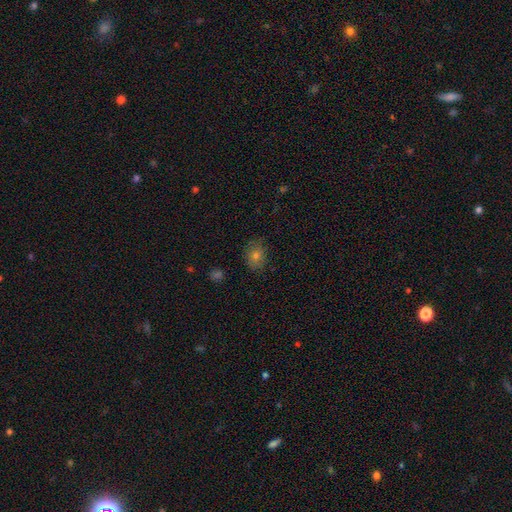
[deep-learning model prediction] Q: Smooth or featured?
A: smooth (66%); runner-up: star or artifact (19%)
Q: How rounded?
A: in between (51%); runner-up: round (48%)
Q: Merging?
A: none (81%); runner-up: minor disturbance (15%)